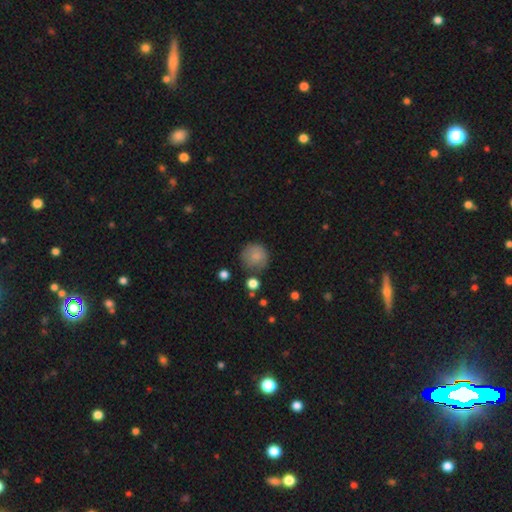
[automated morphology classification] Smooth or featured?
  - smooth: 82% *
  - star or artifact: 9%
  - featured or disk: 9%
How rounded?
  - round: 91% *
  - in between: 8%
  - cigar-shaped: 1%
Merging?
  - none: 71% *
  - minor disturbance: 18%
  - major disturbance: 6%
  - merger: 4%